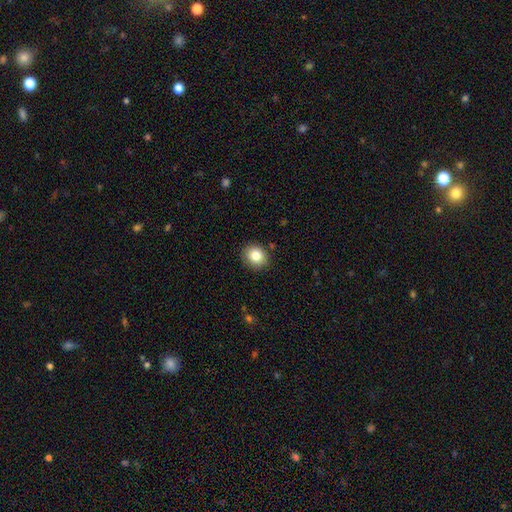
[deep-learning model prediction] A smooth galaxy with no disk features (84%) that is round (76%).

Vote fractions:
- Smooth or featured? smooth: 84% / star or artifact: 10% / featured or disk: 6%
- How rounded? round: 76% / in between: 23% / cigar-shaped: 1%
- Merging? none: 88% / minor disturbance: 9% / major disturbance: 2% / merger: 1%